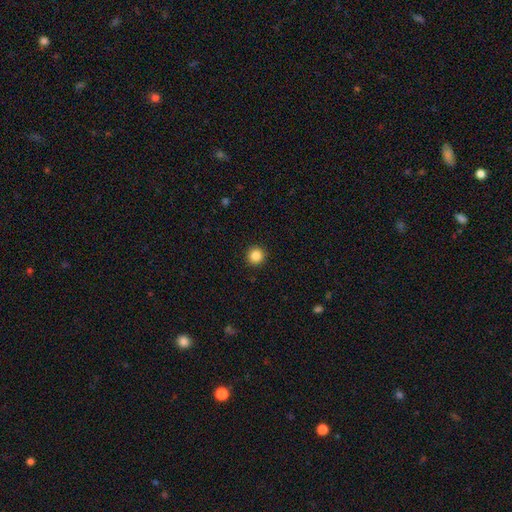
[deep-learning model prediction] Smooth or featured? Predicted: smooth (p=0.86). How rounded? Predicted: round (p=0.96). Merging? Predicted: none (p=0.93).